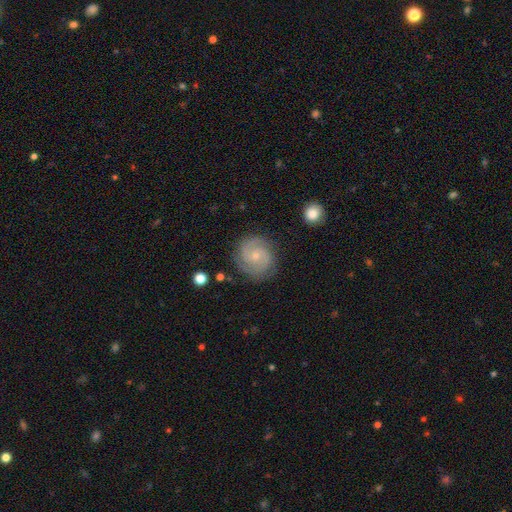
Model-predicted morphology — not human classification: A featured or disk galaxy (85%) with no bar (66%), 2 (70%) tight (56%) spiral arms (97%) and a small central bulge (75%).

Vote fractions:
- Smooth or featured? featured or disk: 85% / smooth: 10% / star or artifact: 6%
- Edge-on disk? no: 98% / yes: 2%
- Bar? no: 66% / weak: 29% / strong: 5%
- Spiral arms? yes: 97% / no: 3%
- Spiral winding? tight: 56% / medium: 37% / loose: 7%
- Spiral arm count? 2: 70% / 3: 14% / can't tell: 8% / 4: 3% / 1: 3% / more than 4: 2%
- Bulge size? small: 75% / moderate: 20% / none: 3% / large: 1% / dominant: 1%
- Merging? none: 82% / minor disturbance: 12% / major disturbance: 4% / merger: 1%